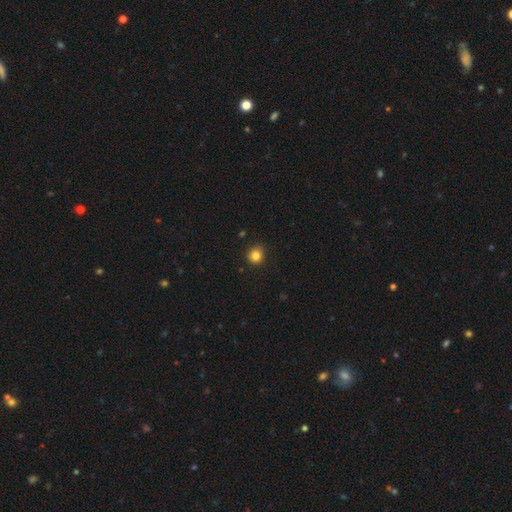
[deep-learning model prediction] The model was most divided on "smooth or featured": smooth: 83%, star or artifact: 12%, featured or disk: 5%. More confident: merging — none (90%); how rounded — round (90%).